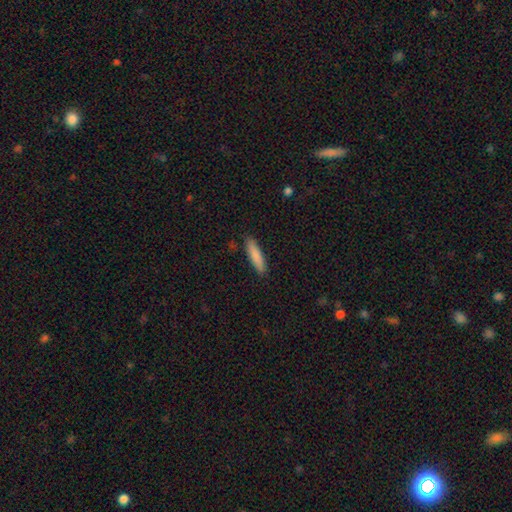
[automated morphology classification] This appears to be a smooth galaxy with no disk features (85%) that is cigar-shaped (80%). Merging: none (88%).